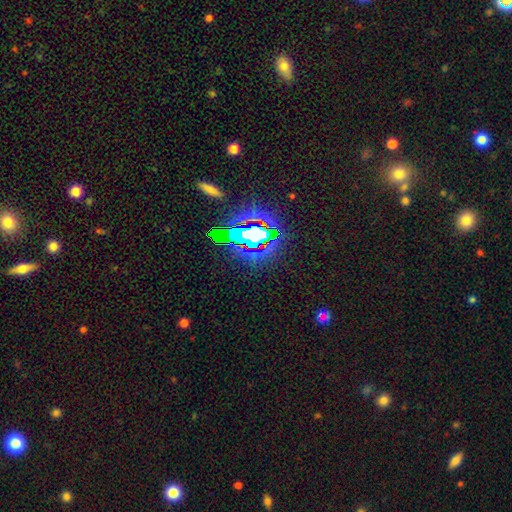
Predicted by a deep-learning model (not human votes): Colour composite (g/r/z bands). It shows a star or artifact, not a galaxy (81%).